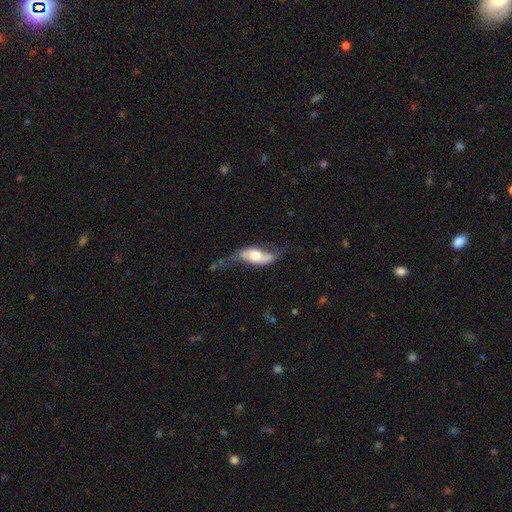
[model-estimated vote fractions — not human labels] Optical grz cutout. It shows a featured or disk galaxy (62%) with no bar (61%), spiral arms (82%) and a moderate central bulge (47%). Merging: none (42%).